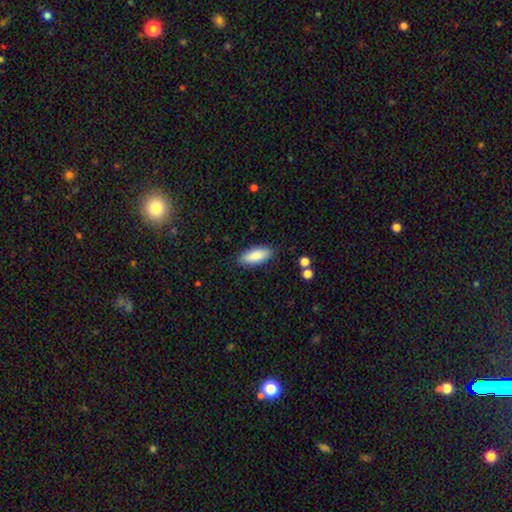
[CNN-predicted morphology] smooth_or_featured: smooth (p=0.86) [alt: featured or disk p=0.08]
how_rounded: in between (p=0.80) [alt: cigar-shaped p=0.18]
merging: none (p=0.87) [alt: minor disturbance p=0.10]